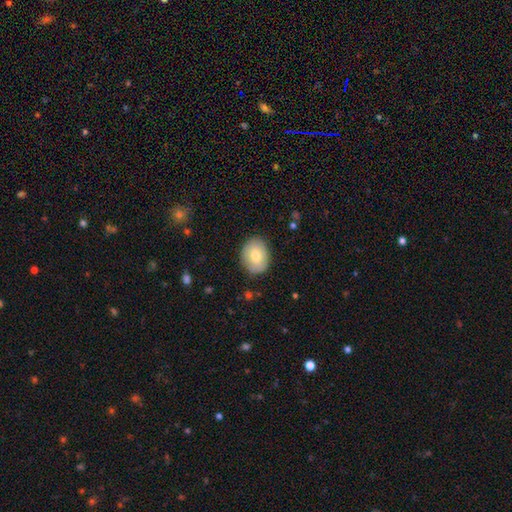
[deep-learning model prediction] Smooth or featured? smooth (74%)
How rounded? in between (55%)
Merging? none (84%)